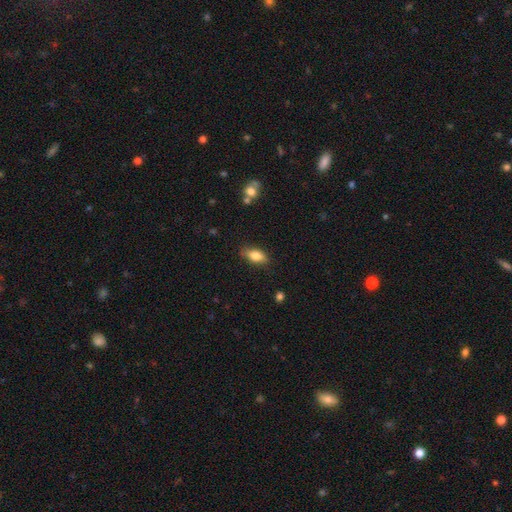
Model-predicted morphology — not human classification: Overall: smooth (80%). How rounded: in between (85%). Merging: none (82%).